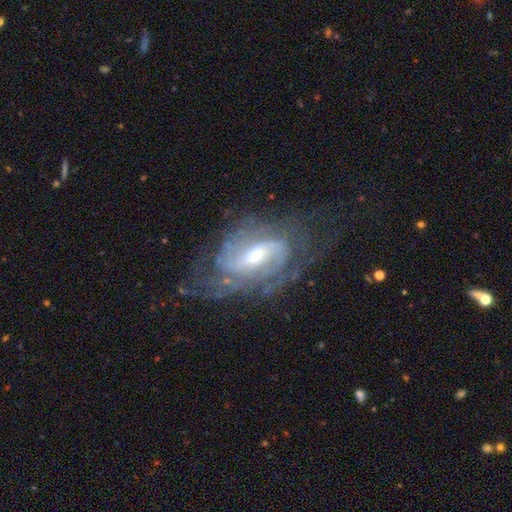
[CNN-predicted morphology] Smooth or featured? featured or disk (86%)
Edge-on disk? no (95%)
Bar? weak (45%)
Spiral arms? yes (93%)
Spiral winding? tight (46%)
Spiral arm count? 2 (40%)
Bulge size? small (47%, tied with moderate)
Merging? none (62%)